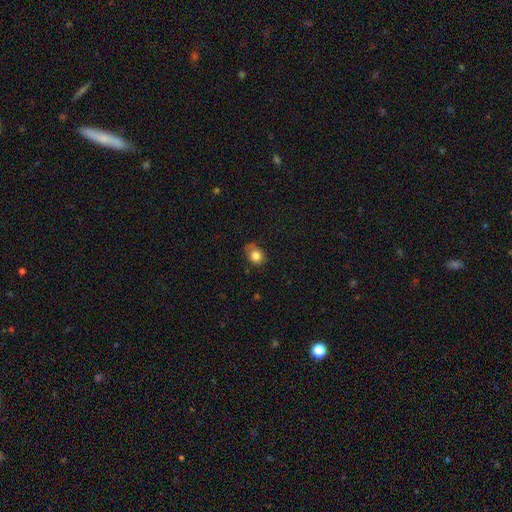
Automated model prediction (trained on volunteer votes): This is clearly a smooth galaxy (81%). How rounded: possibly round (50%). Merging: possibly none (55%).